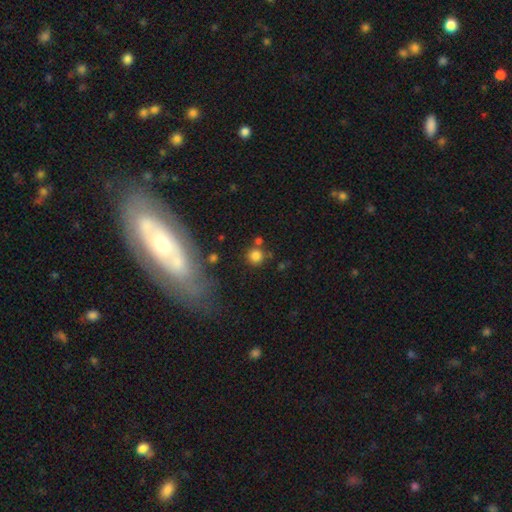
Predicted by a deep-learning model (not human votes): Overall: smooth (79%). How rounded: round (93%). Merging: none (77%).